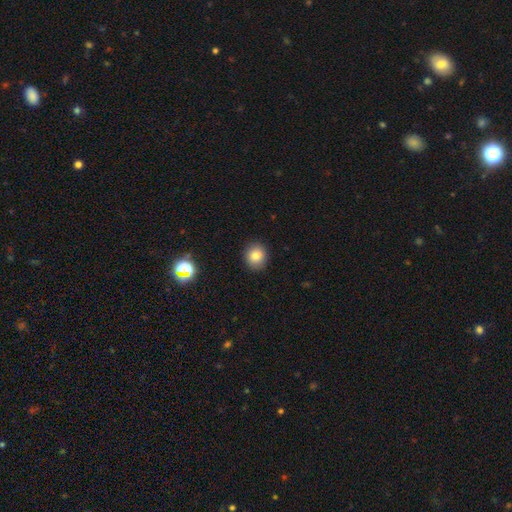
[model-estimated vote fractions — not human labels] Morphology: type=smooth (82%); roundness=round (80%); merging=none (90%).